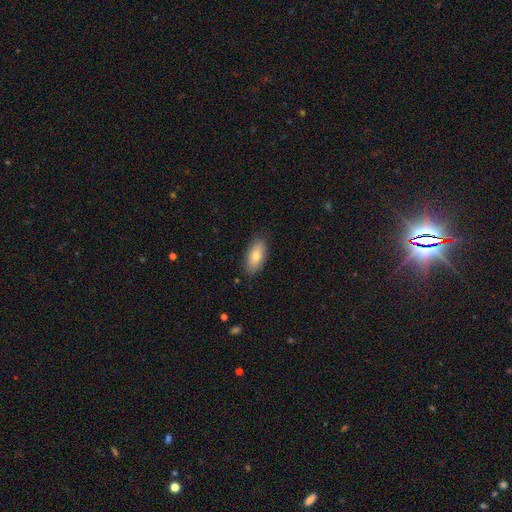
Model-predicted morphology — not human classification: A smooth galaxy with no disk features (77%) that is in between round and cigar-shaped (88%).

Vote fractions:
- Smooth or featured? smooth: 77% / featured or disk: 16% / star or artifact: 7%
- How rounded? in between: 88% / cigar-shaped: 9% / round: 3%
- Merging? none: 85% / minor disturbance: 11% / major disturbance: 2% / merger: 1%